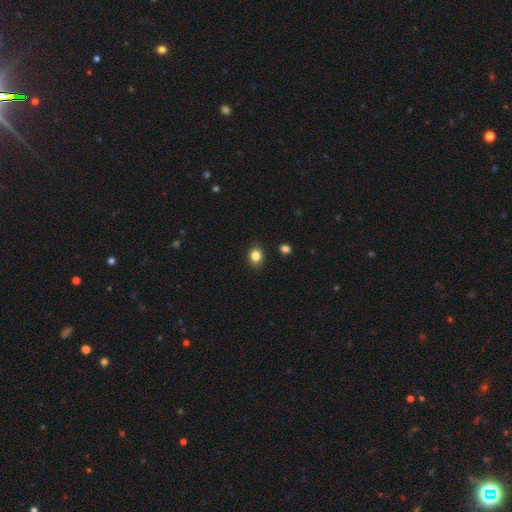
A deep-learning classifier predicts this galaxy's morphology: Smooth or featured? Predicted: smooth (p=0.84). How rounded? Predicted: round (p=0.57). Merging? Predicted: none (p=0.89).